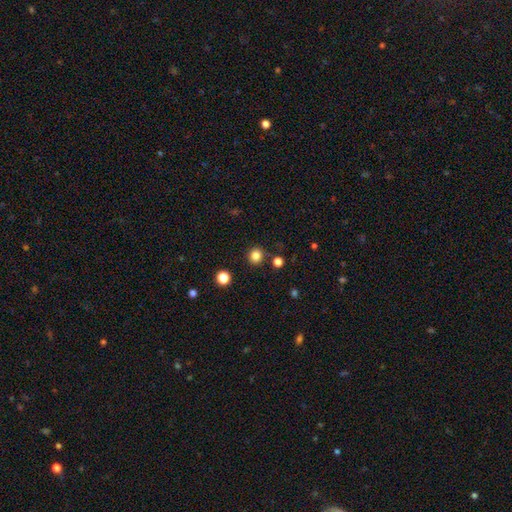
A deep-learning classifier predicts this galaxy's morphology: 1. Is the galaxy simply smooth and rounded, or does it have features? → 83% smooth, 13% star or artifact, 5% featured or disk.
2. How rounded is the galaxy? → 92% round, 7% in between, 1% cigar-shaped.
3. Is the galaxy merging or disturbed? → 88% none, 6% minor disturbance, 4% merger, 2% major disturbance.